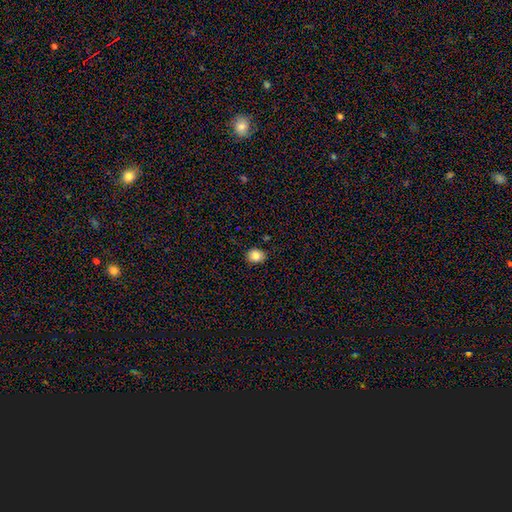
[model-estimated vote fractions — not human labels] Smooth or featured: smooth — 86% (star or artifact — 10%)
How rounded: round — 57% (in between — 42%)
Merging: none — 86% (minor disturbance — 11%)